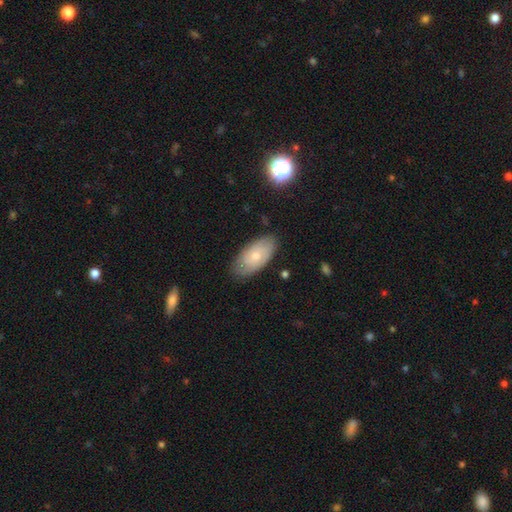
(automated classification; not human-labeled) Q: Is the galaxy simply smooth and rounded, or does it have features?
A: smooth — 52%.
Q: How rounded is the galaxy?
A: in between — 93%.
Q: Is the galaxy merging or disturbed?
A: none — 78%.